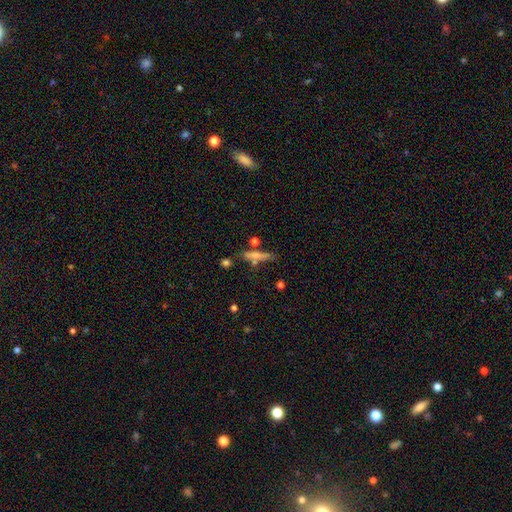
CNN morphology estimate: Smooth or featured? Predicted: smooth (p=0.62). How rounded? Predicted: cigar-shaped (p=0.86). Merging? Predicted: none (p=0.67).